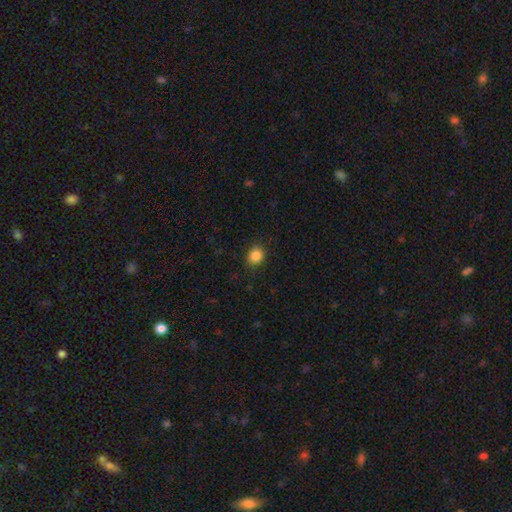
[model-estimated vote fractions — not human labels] smooth 86%, star or artifact 10%, featured or disk 4%. Down the decision tree: how rounded — round (69%); merging — none (86%).